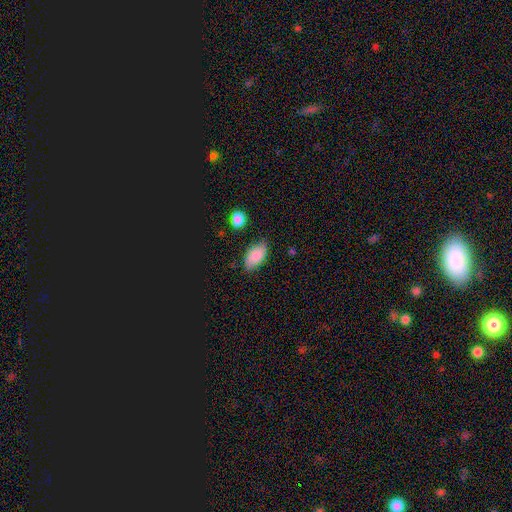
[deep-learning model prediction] Morphology: type=smooth (84%); roundness=in between (92%); merging=none (76%).